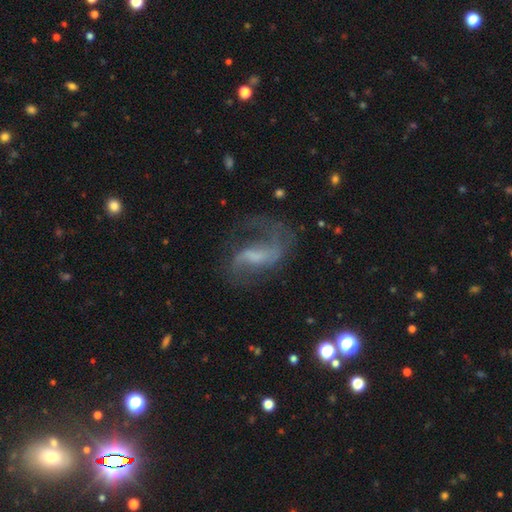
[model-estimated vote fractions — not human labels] smooth-or-featured: featured or disk: 79% | smooth: 12% | star or artifact: 10%
  disk-edge-on: no: 96% | yes: 4%
    bar: weak: 46% | strong: 31% | no: 23%
    has-spiral-arms: yes: 91% | no: 9%
      spiral-winding: loose: 58% | medium: 34% | tight: 8%
      spiral-arm-count: 2: 76% | 1: 14% | can't tell: 6% | 3: 2% | 4: 1% | more than 4: 1%
    bulge-size: none: 40% | small: 33% | moderate: 20% | large: 6% | dominant: 1%
  merging: none: 55% | major disturbance: 24% | minor disturbance: 18% | merger: 3%